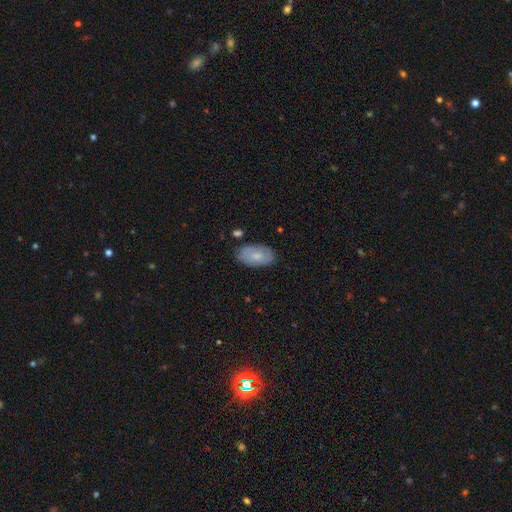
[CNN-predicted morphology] Smooth or featured: smooth — 71% (featured or disk — 22%)
How rounded: in between — 93% (round — 5%)
Merging: none — 79% (minor disturbance — 16%)